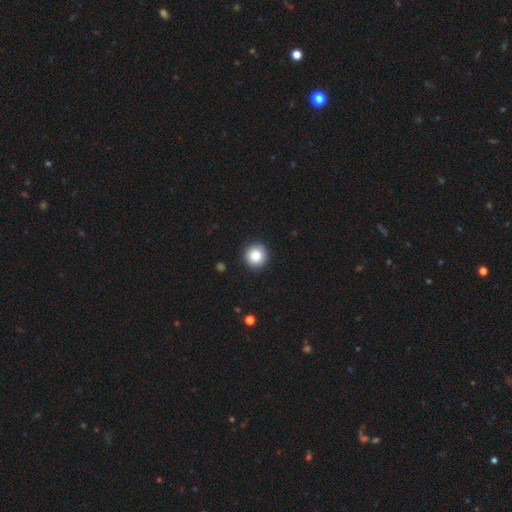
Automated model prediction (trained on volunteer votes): Q: Smooth or featured?
A: smooth (85%); runner-up: star or artifact (9%)
Q: How rounded?
A: round (93%); runner-up: in between (6%)
Q: Merging?
A: none (92%); runner-up: minor disturbance (6%)